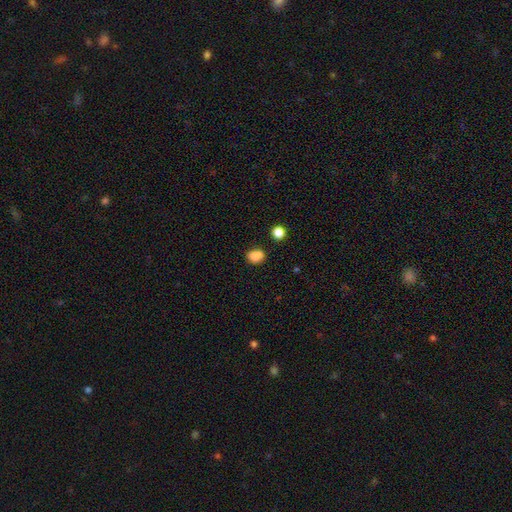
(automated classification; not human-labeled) smooth_or_featured: smooth (p=0.81) [alt: star or artifact p=0.12]
how_rounded: in between (p=0.54) [alt: round p=0.44]
merging: none (p=0.57) [alt: merger p=0.19]